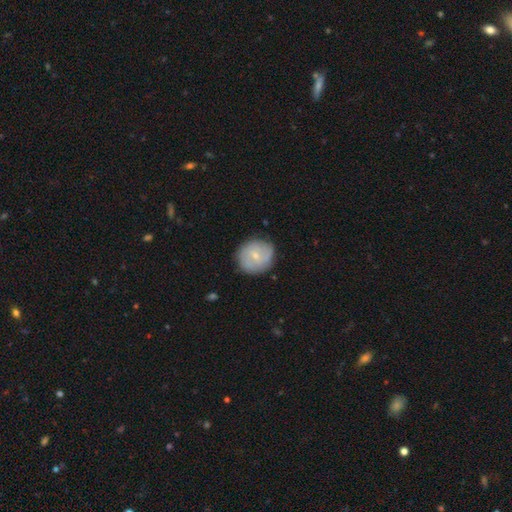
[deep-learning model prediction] The model was most divided on "smooth or featured": smooth: 48%, featured or disk: 45%, star or artifact: 7%. More confident: merging — none (81%).